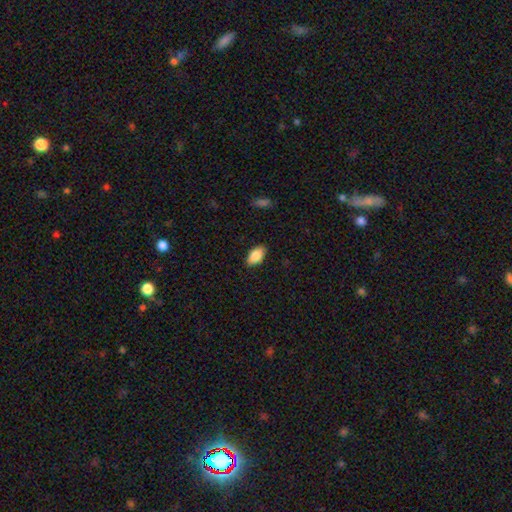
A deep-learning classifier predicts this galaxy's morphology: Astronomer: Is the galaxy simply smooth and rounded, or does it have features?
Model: smooth — 88%.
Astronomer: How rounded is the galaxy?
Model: in between — 94%.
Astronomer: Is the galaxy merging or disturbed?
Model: none — 87%.